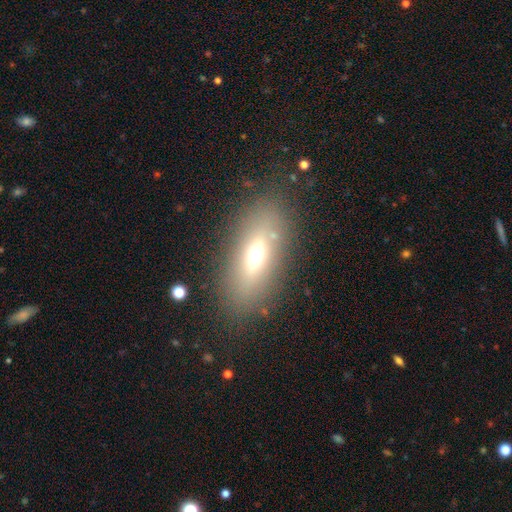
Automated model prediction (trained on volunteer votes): Smooth or featured: smooth — 57% (featured or disk — 29%)
How rounded: in between — 76% (cigar-shaped — 18%)
Merging: none — 79% (minor disturbance — 11%)